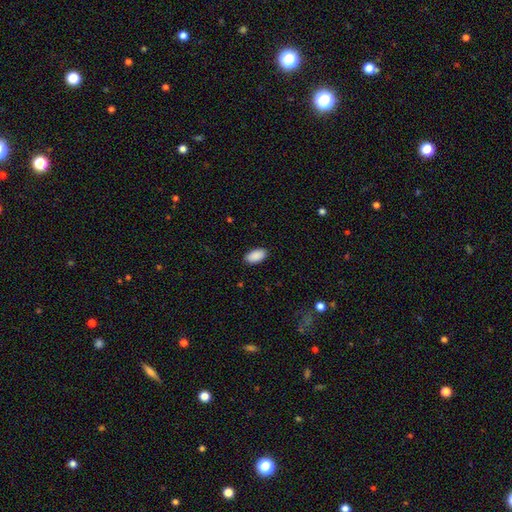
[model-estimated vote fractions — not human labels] Smooth or featured?
  - smooth: 91% *
  - star or artifact: 6%
  - featured or disk: 3%
How rounded?
  - in between: 95% *
  - cigar-shaped: 3%
  - round: 2%
Merging?
  - none: 89% *
  - minor disturbance: 8%
  - major disturbance: 2%
  - merger: 1%